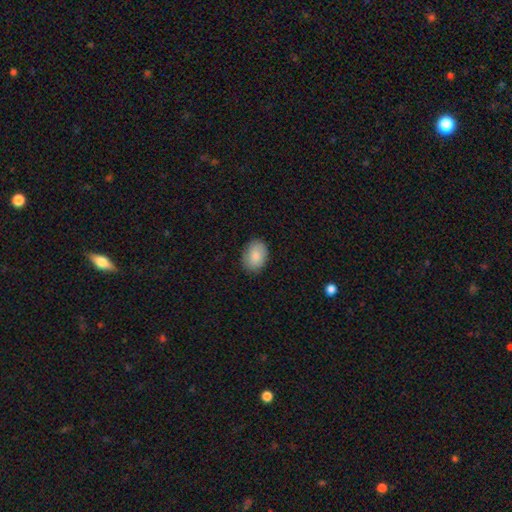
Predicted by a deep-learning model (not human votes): smooth-or-featured: smooth: 87% | star or artifact: 7% | featured or disk: 7%
  how-rounded: in between: 77% | round: 22% | cigar-shaped: 1%
  merging: none: 86% | minor disturbance: 10% | major disturbance: 2% | merger: 1%